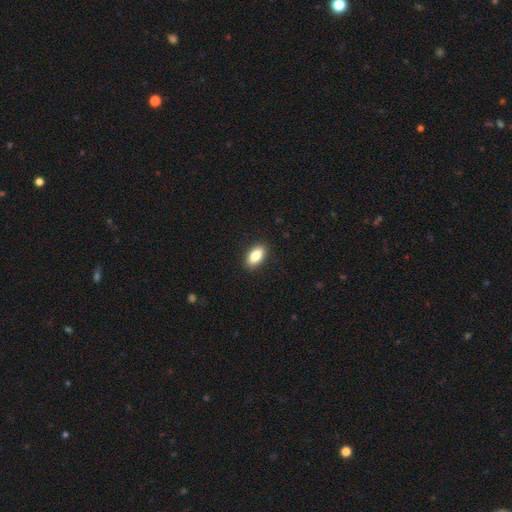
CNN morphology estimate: smooth_or_featured: smooth (p=0.84) [alt: featured or disk p=0.09]
how_rounded: in between (p=0.91) [alt: round p=0.05]
merging: none (p=0.90) [alt: minor disturbance p=0.07]